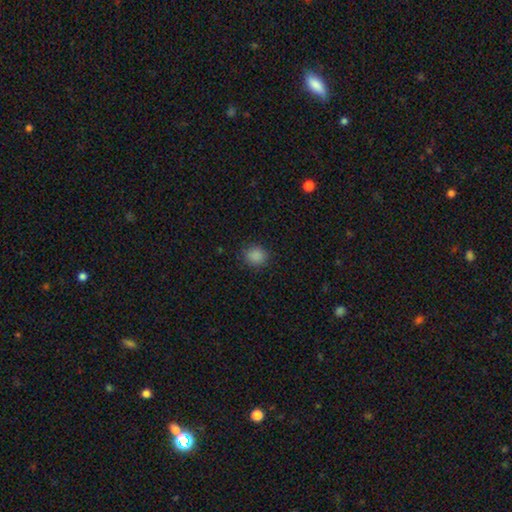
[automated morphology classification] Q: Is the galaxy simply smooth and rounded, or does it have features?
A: smooth — 86%.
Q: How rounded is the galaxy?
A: round — 77%.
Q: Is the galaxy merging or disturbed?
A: none — 87%.